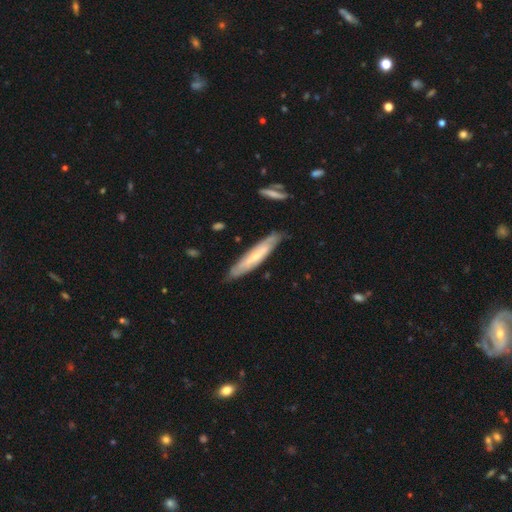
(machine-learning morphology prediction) Smooth or featured?
  - featured or disk: 47% * (tied)
  - smooth: 47% * (tied)
  - star or artifact: 6%
Merging?
  - none: 80% *
  - minor disturbance: 16%
  - major disturbance: 3%
  - merger: 2%